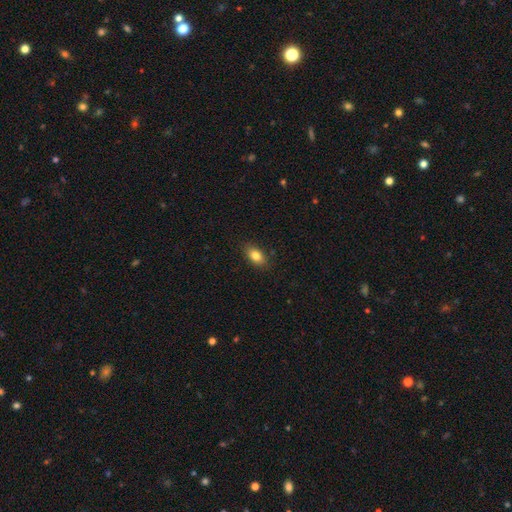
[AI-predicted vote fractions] smooth 83%, featured or disk 9%, star or artifact 8%. Down the decision tree: how rounded — in between (88%); merging — none (86%).